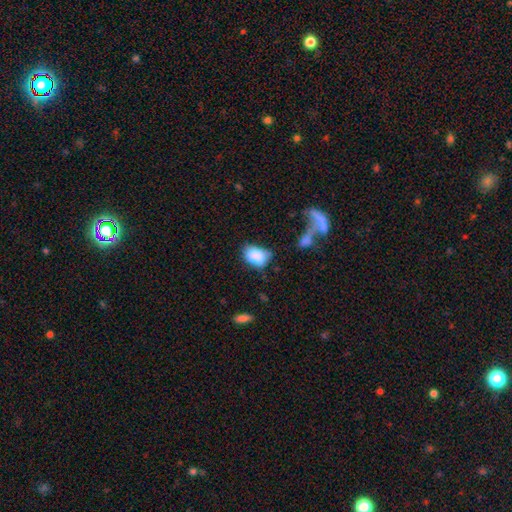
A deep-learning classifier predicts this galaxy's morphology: Smooth or featured? Predicted: smooth (p=0.84). How rounded? Predicted: in between (p=0.81). Merging? Predicted: none (p=0.50).